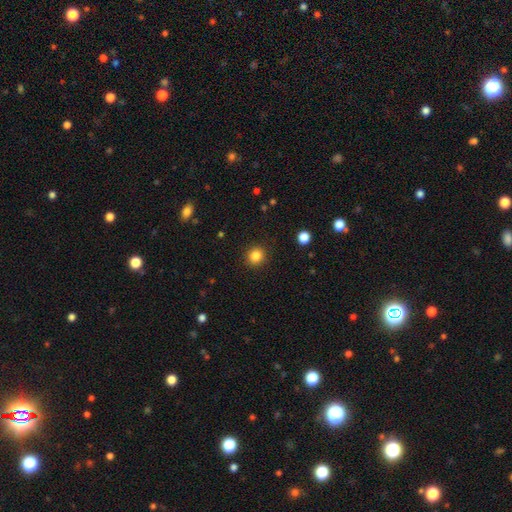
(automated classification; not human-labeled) smooth_or_featured: smooth (p=0.84) [alt: star or artifact p=0.12]
how_rounded: round (p=0.90) [alt: in between p=0.09]
merging: none (p=0.92) [alt: minor disturbance p=0.05]